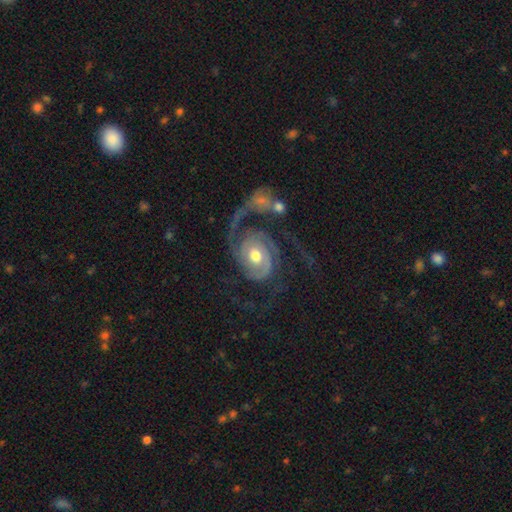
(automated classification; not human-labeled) Smooth or featured: featured or disk — 89% (smooth — 6%)
Edge-on disk: no — 98% (yes — 2%)
Bar: no — 71% (weak — 22%)
Spiral arms: yes — 97% (no — 3%)
Spiral winding: tight — 39% (tied with medium — 39%)
Spiral arm count: 2 — 58% (3 — 13%)
Bulge size: moderate — 74% (small — 13%)
Merging: none — 37% (major disturbance — 34%)